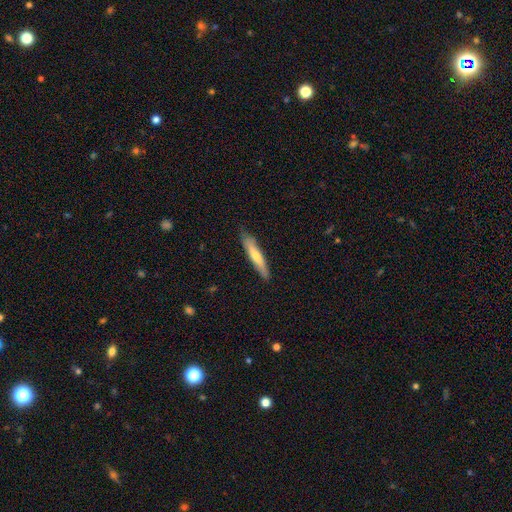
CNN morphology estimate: The model was most divided on "smooth or featured": smooth: 58%, featured or disk: 37%, star or artifact: 6%. More confident: how rounded — cigar-shaped (91%); merging — none (86%).